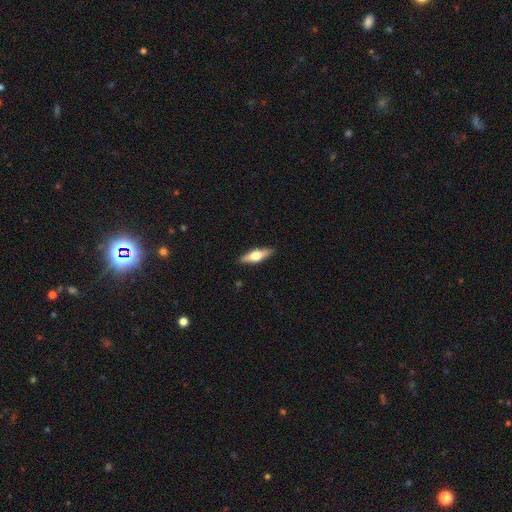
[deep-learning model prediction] The model was most divided on "smooth or featured": featured or disk: 52%, smooth: 42%, star or artifact: 6%. More confident: edge-on disk — yes (94%); merging — none (90%).